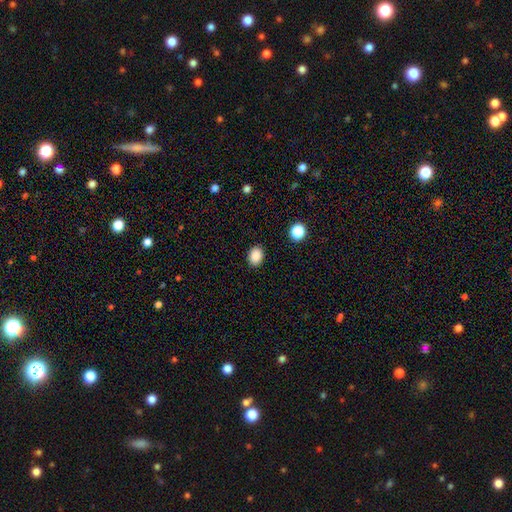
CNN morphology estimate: smooth 87%, star or artifact 9%, featured or disk 4%. Down the decision tree: how rounded — in between (62%); merging — none (89%).